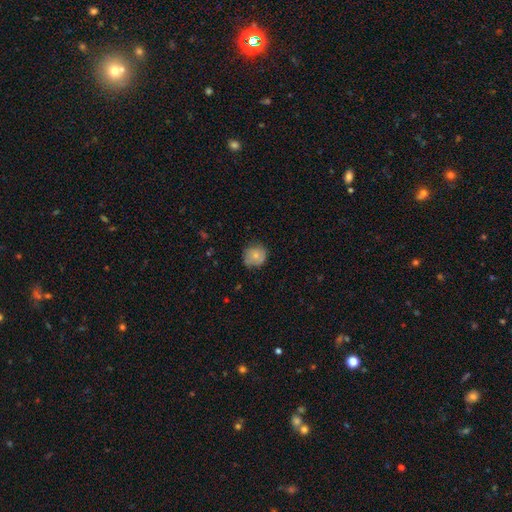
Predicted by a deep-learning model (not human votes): This is likely a smooth galaxy (74%). How rounded: clearly round (86%). Merging: likely none (72%).